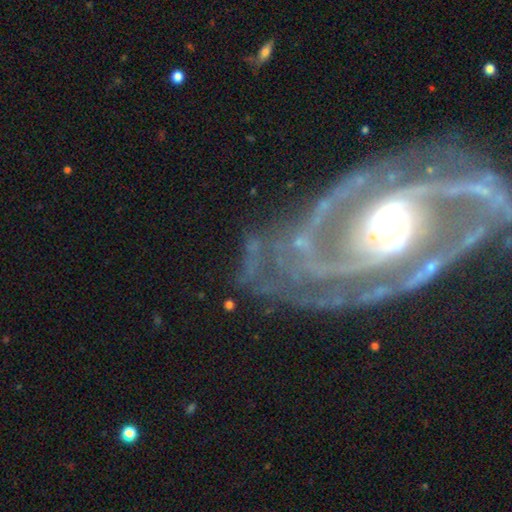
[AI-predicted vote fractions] featured or disk 84%, smooth 8%, star or artifact 8%. Down the decision tree: edge-on disk — no (96%); bar — no (55%); spiral arms — yes (90%); spiral arm count — 2 (38%); spiral winding — tight (52%); bulge size — moderate (49%); merging — none (57%).